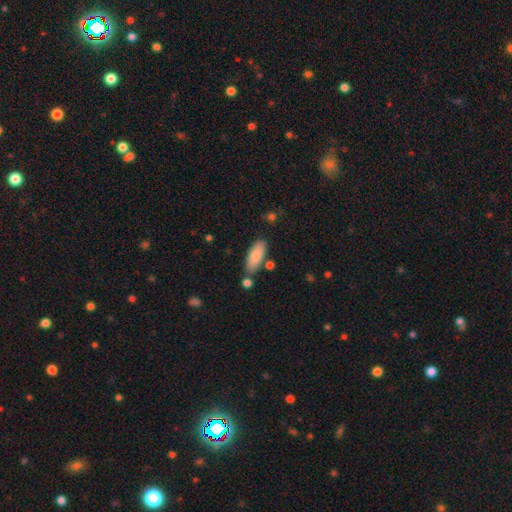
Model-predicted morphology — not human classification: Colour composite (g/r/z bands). It shows a smooth galaxy with no disk features (83%) that is in between round and cigar-shaped (74%). Merging: none (78%).